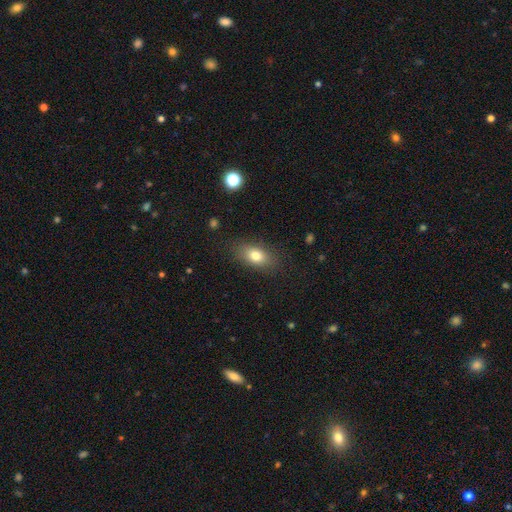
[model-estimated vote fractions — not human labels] This is likely a smooth galaxy (77%). How rounded: clearly in between (82%). Merging: clearly none (83%).